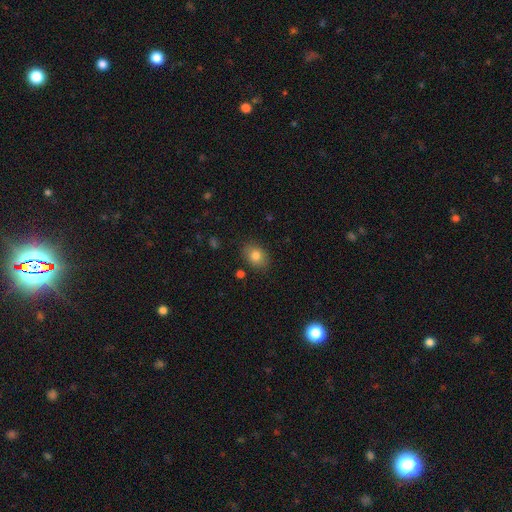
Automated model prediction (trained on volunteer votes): smooth 81%, star or artifact 9%, featured or disk 9%. Down the decision tree: how rounded — in between (67%); merging — none (84%).